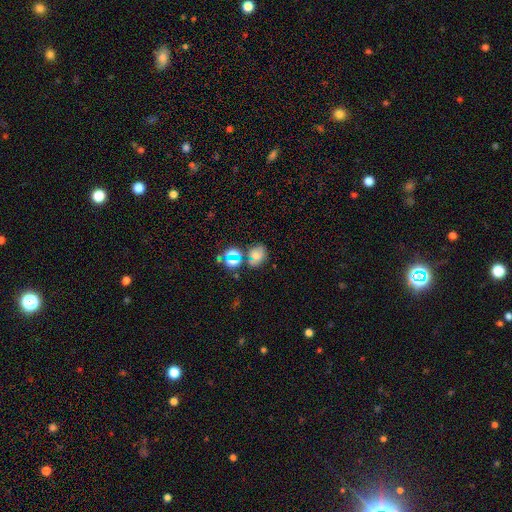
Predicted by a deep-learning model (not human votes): smooth-or-featured: smooth: 60% | star or artifact: 24% | featured or disk: 15%
  how-rounded: in between: 57% | round: 41% | cigar-shaped: 1%
  merging: none: 48% | merger: 30% | minor disturbance: 14% | major disturbance: 7%